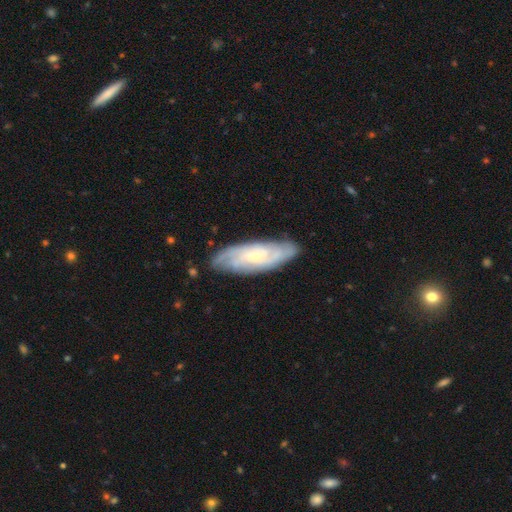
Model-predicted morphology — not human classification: Smooth or featured? featured or disk (74%)
Edge-on disk? no (85%)
Bar? no (65%)
Spiral arms? yes (93%)
Spiral winding? tight (63%)
Spiral arm count? can't tell (43%)
Bulge size? small (71%)
Merging? none (81%)